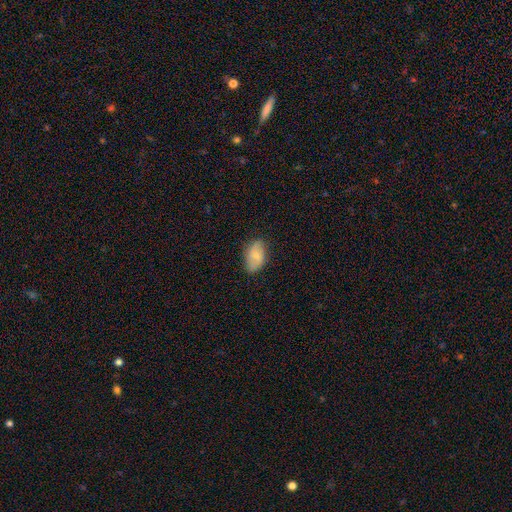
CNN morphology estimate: smooth-or-featured: smooth: 61% | featured or disk: 32% | star or artifact: 7%
  how-rounded: in between: 92% | round: 7% | cigar-shaped: 2%
  merging: none: 75% | minor disturbance: 20% | major disturbance: 4% | merger: 1%